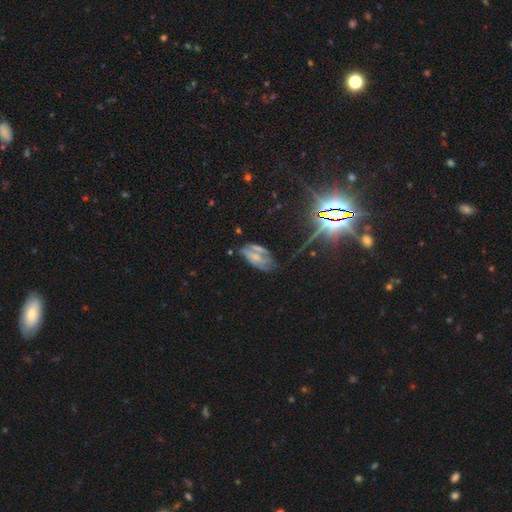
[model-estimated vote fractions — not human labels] Morphology: type=featured or disk (51%); edge-on=no (90%); merging=none (49%).